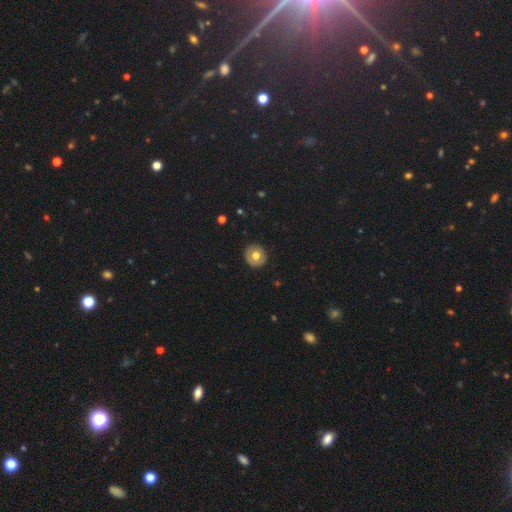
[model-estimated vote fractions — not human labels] smooth_or_featured: smooth (p=0.66) [alt: featured or disk p=0.26]
how_rounded: round (p=0.92) [alt: in between p=0.07]
merging: none (p=0.89) [alt: minor disturbance p=0.08]